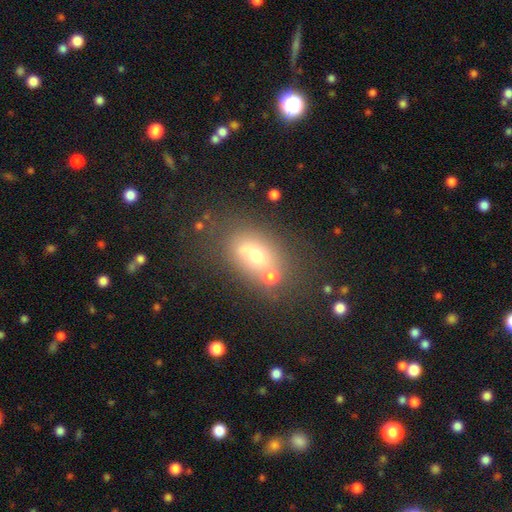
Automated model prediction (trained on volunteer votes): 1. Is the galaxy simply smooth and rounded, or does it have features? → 58% smooth, 26% featured or disk, 16% star or artifact.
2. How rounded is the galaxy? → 68% in between, 29% round, 3% cigar-shaped.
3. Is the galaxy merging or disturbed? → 52% none, 24% merger, 15% minor disturbance, 8% major disturbance.